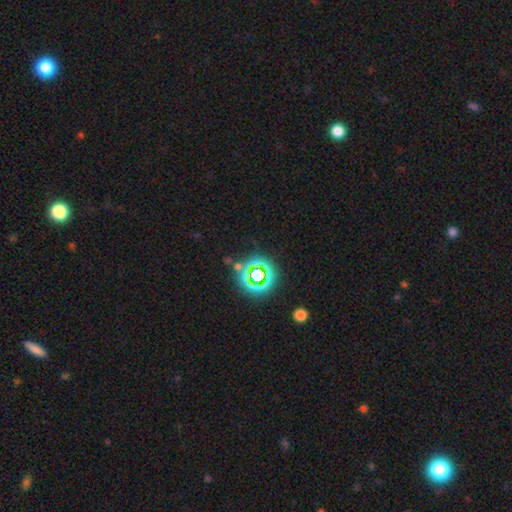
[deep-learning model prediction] smooth_or_featured: star or artifact (p=0.74) [alt: smooth p=0.16]